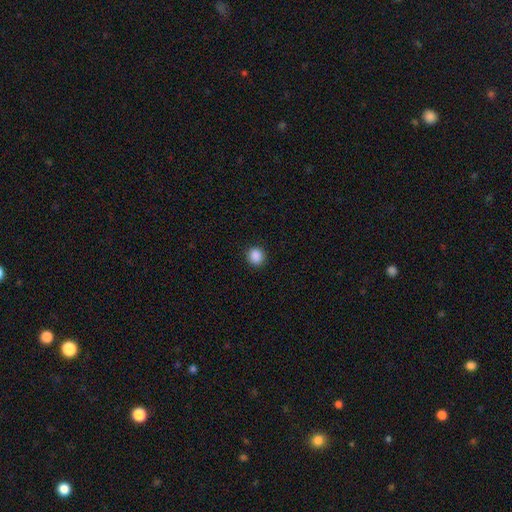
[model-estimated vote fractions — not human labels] smooth 88%, star or artifact 9%, featured or disk 2%. Down the decision tree: how rounded — round (89%); merging — none (92%).